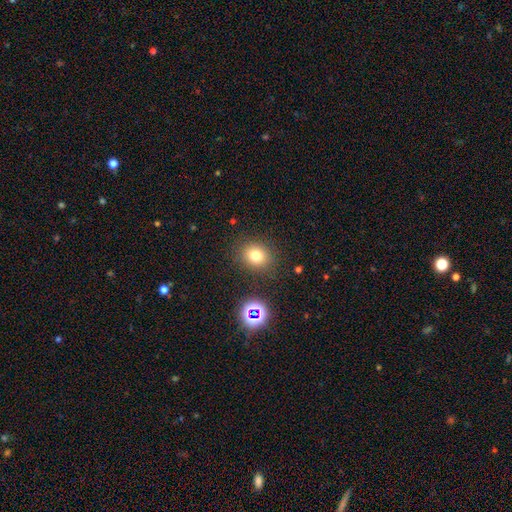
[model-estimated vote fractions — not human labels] This appears to be a smooth galaxy with no disk features (75%) that is round (67%). Merging: none (84%).